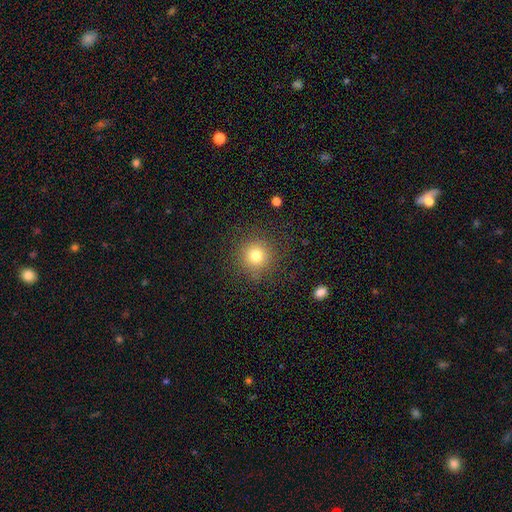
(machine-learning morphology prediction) smooth-or-featured: smooth: 78% | star or artifact: 14% | featured or disk: 8%
  how-rounded: round: 94% | in between: 5% | cigar-shaped: 1%
  merging: none: 88% | minor disturbance: 8% | major disturbance: 4% | merger: 1%